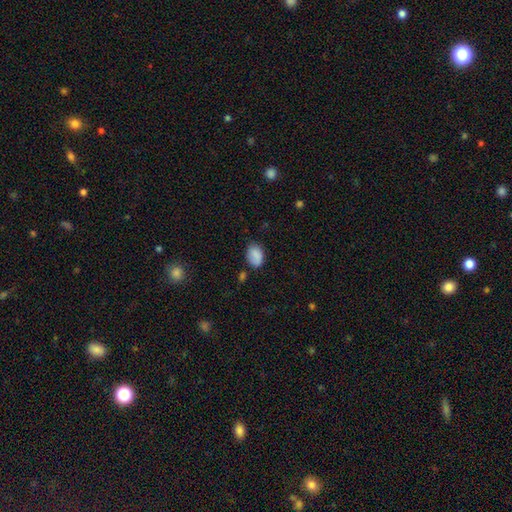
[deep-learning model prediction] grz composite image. It shows a smooth galaxy with no disk features (86%) that is in between round and cigar-shaped (83%). Merging: none (71%).